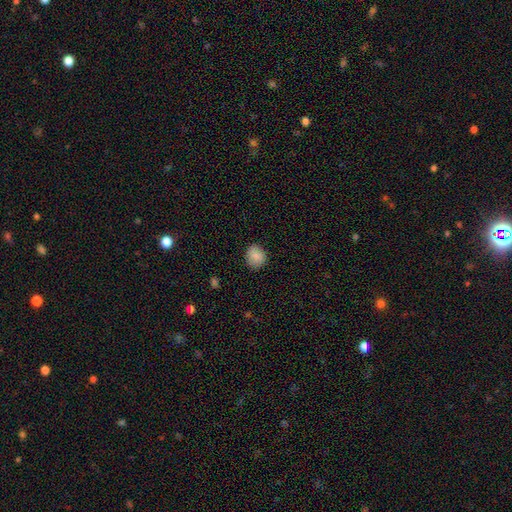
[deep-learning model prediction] smooth_or_featured: smooth (p=0.86) [alt: star or artifact p=0.08]
how_rounded: round (p=0.72) [alt: in between p=0.27]
merging: none (p=0.85) [alt: minor disturbance p=0.12]